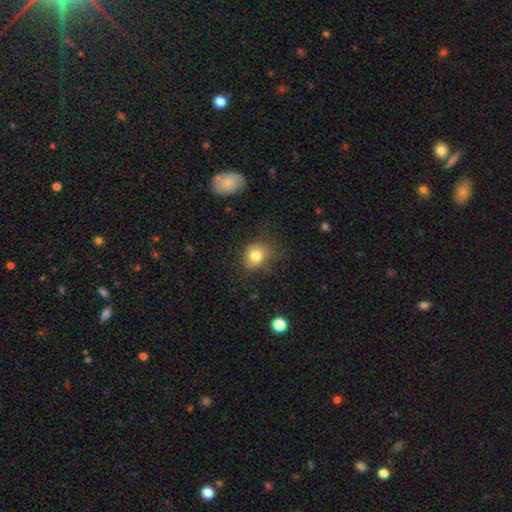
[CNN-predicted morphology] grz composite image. It shows a smooth galaxy with no disk features (81%) that is round (61%). Merging: none (61%).